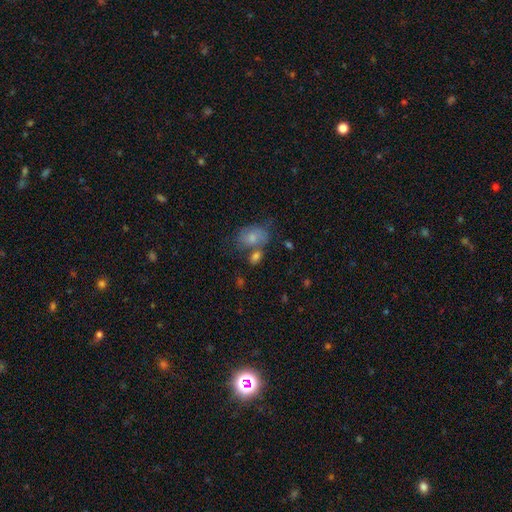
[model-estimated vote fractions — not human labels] Smooth or featured? smooth (71%)
How rounded? in between (75%)
Merging? none (45%)